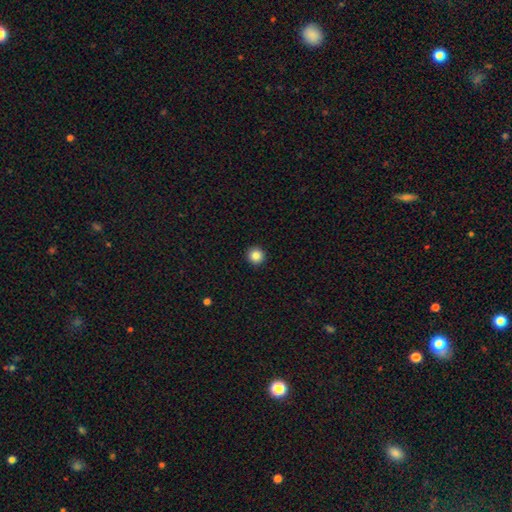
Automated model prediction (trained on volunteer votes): This appears to be a smooth galaxy with no disk features (85%) that is round (96%). Merging: none (94%).